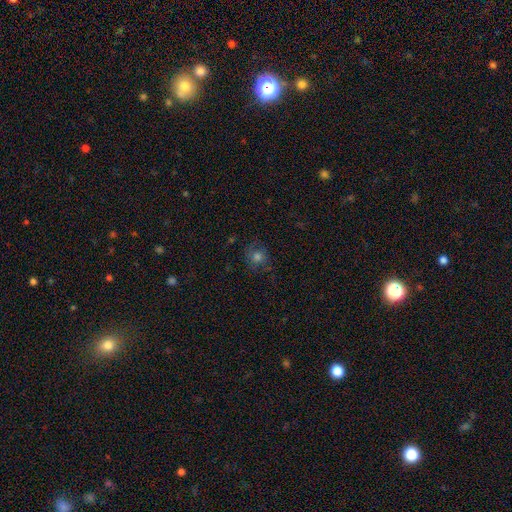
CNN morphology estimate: Smooth or featured?
  - smooth: 53% *
  - star or artifact: 25%
  - featured or disk: 21%
How rounded?
  - round: 83% *
  - in between: 16%
  - cigar-shaped: 1%
Merging?
  - none: 75% *
  - minor disturbance: 16%
  - major disturbance: 7%
  - merger: 2%